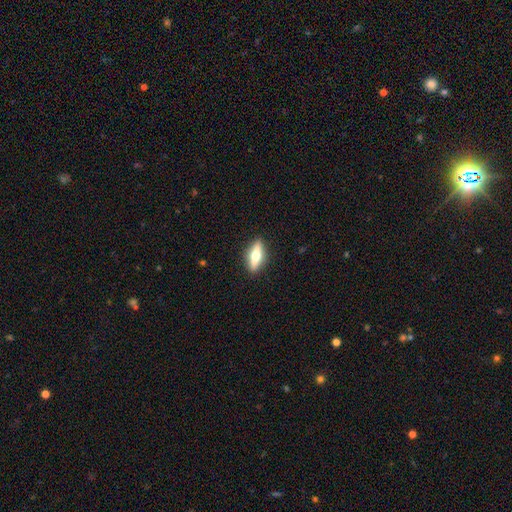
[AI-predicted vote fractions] Overall: featured or disk (53%; smooth 41%). Edge-on disk: yes (90%). Merging: none (90%).